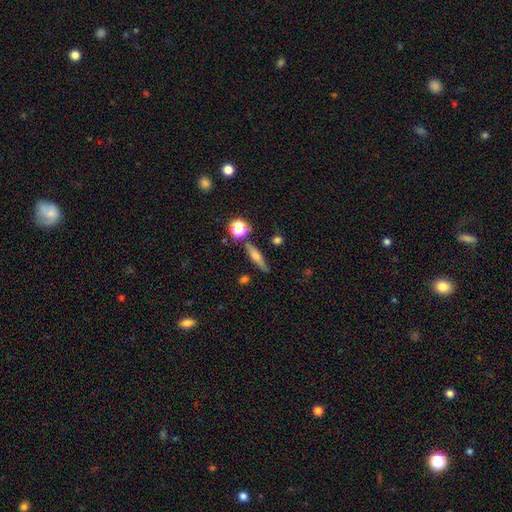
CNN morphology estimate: smooth 54%, featured or disk 35%, star or artifact 11%. Down the decision tree: how rounded — cigar-shaped (71%); merging — none (79%).